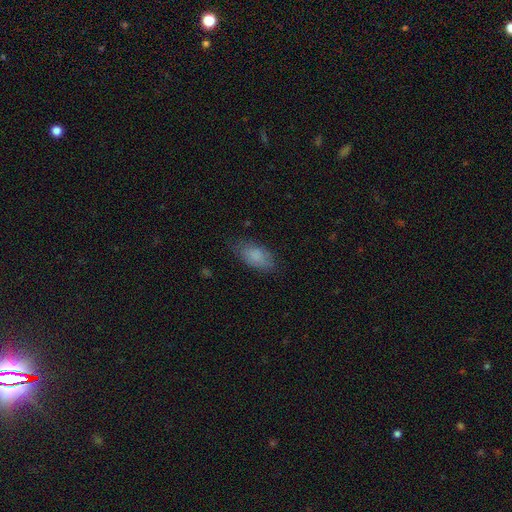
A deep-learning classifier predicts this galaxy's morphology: Q: Smooth or featured?
A: smooth (84%); runner-up: featured or disk (9%)
Q: How rounded?
A: in between (90%); runner-up: cigar-shaped (7%)
Q: Merging?
A: none (73%); runner-up: minor disturbance (20%)